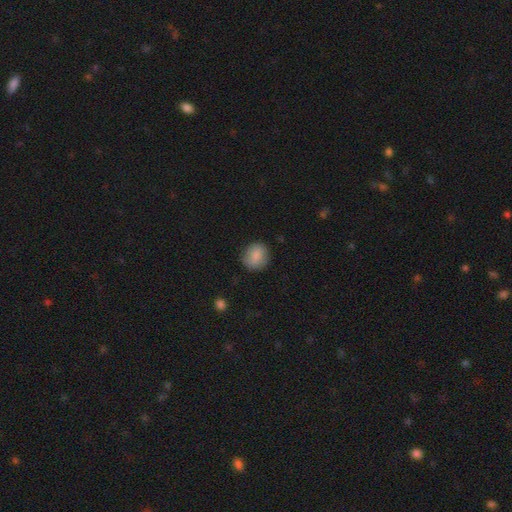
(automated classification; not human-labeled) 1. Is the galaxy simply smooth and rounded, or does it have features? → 84% smooth, 8% featured or disk, 8% star or artifact.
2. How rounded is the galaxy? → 75% round, 24% in between, 1% cigar-shaped.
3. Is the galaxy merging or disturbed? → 82% none, 13% minor disturbance, 3% major disturbance, 1% merger.